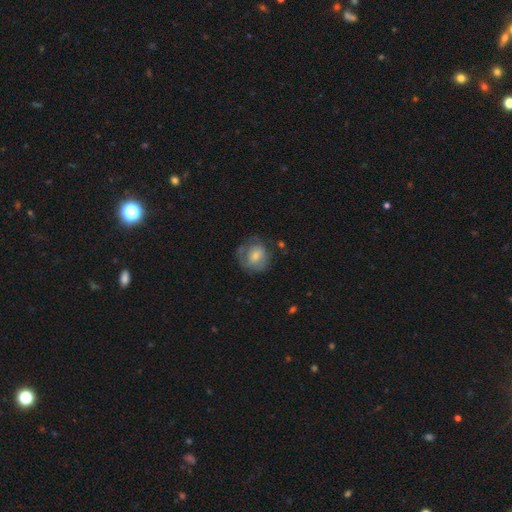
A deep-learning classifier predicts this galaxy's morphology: smooth_or_featured: smooth (p=0.60) [alt: featured or disk p=0.33]
how_rounded: round (p=0.73) [alt: in between p=0.26]
merging: none (p=0.56) [alt: minor disturbance p=0.25]